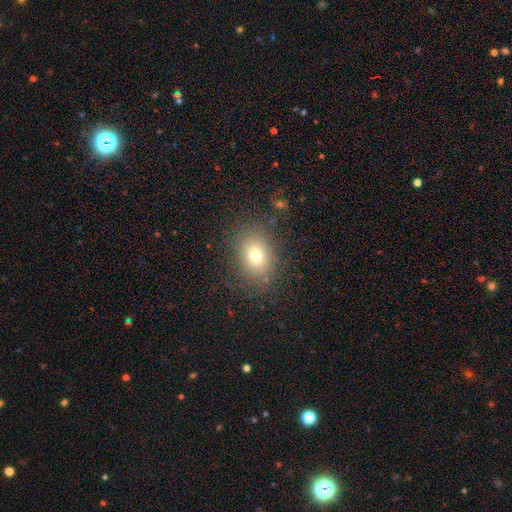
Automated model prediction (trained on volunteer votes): This is likely a smooth galaxy (73%). How rounded: likely in between (60%). Merging: clearly none (82%).